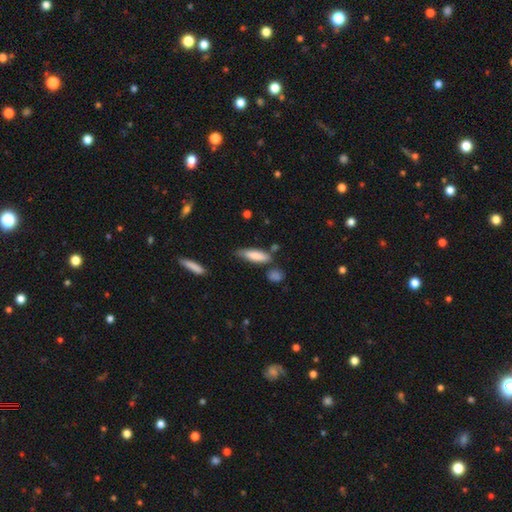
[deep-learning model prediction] Morphology: type=smooth (80%); roundness=cigar-shaped (55%); merging=none (64%).